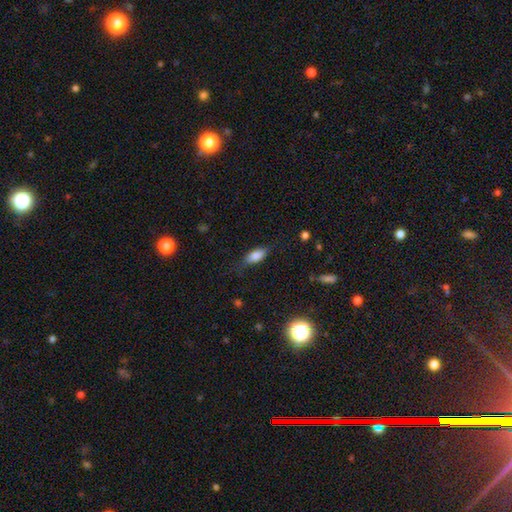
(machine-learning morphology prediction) The model was most divided on "merging": none: 73%, minor disturbance: 20%, major disturbance: 6%, merger: 1%. More confident: how rounded — in between (83%); smooth or featured — smooth (79%).